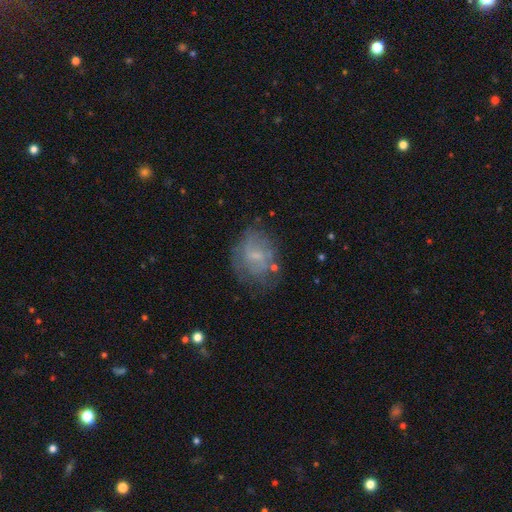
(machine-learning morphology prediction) Overall: featured or disk (48%; smooth 43%). Merging: none (57%; minor disturbance 24%).